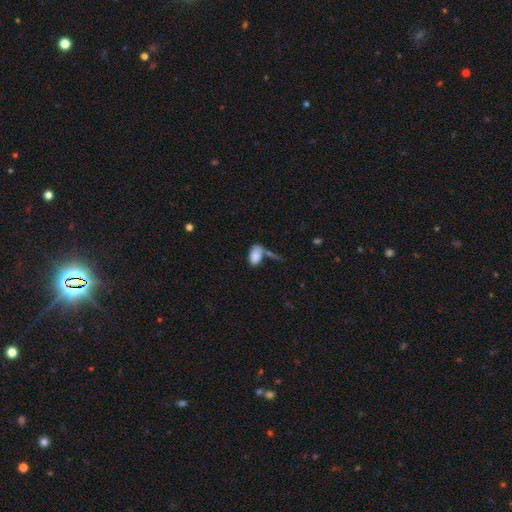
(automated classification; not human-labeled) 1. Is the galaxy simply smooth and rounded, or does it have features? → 83% smooth, 8% star or artifact, 8% featured or disk.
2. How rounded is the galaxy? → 92% in between, 5% round, 2% cigar-shaped.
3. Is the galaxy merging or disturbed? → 42% none, 30% merger, 17% minor disturbance, 11% major disturbance.